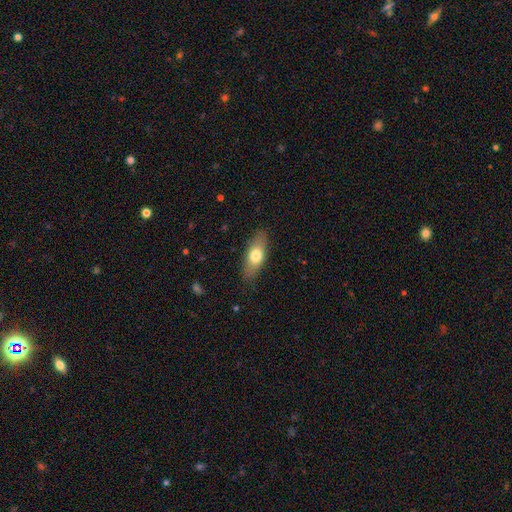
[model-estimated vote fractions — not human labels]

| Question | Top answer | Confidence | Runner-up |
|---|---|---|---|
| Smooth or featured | smooth | 68% | featured or disk (26%) |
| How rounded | in between | 72% | cigar-shaped (24%) |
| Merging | none | 85% | minor disturbance (11%) |